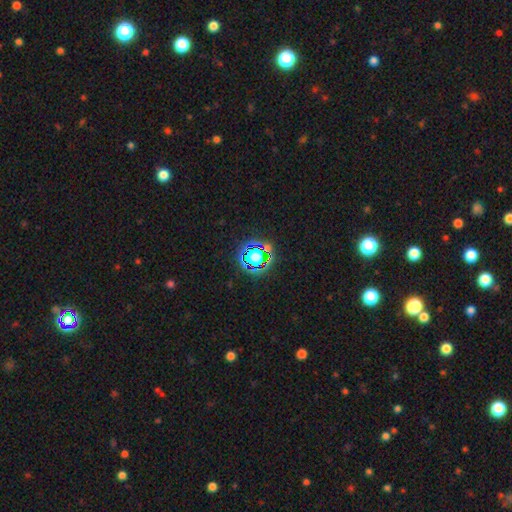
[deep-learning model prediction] star or artifact 60%, smooth 28%, featured or disk 12%.